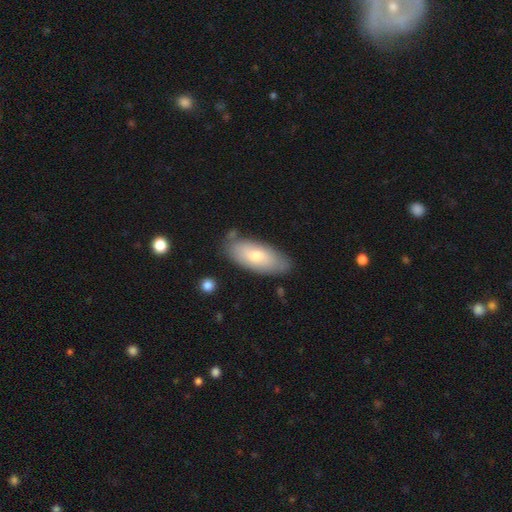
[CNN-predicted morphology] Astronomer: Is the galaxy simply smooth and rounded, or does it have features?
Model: smooth — 69%.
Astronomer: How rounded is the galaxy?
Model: in between — 84%.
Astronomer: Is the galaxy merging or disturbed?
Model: none — 78%.